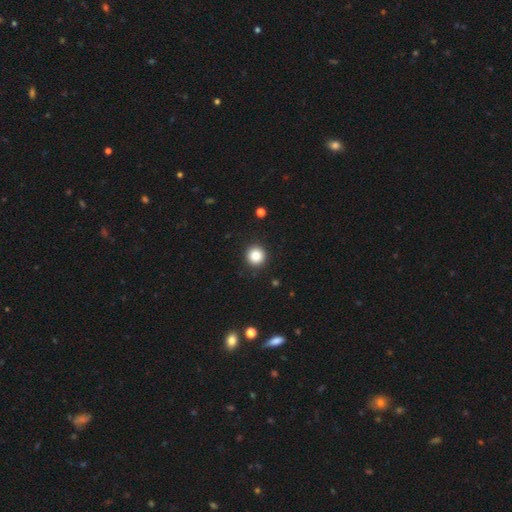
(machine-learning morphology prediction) Smooth or featured? smooth (84%)
How rounded? round (95%)
Merging? none (92%)